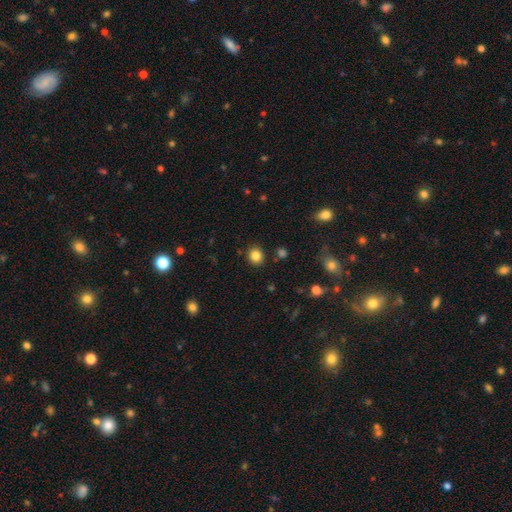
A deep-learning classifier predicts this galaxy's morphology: Smooth or featured? smooth (84%)
How rounded? round (74%)
Merging? none (89%)